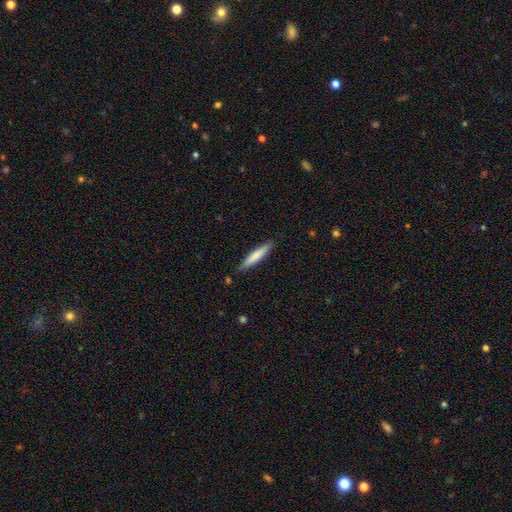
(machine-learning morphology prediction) Smooth or featured: smooth — 72% (featured or disk — 22%)
How rounded: cigar-shaped — 92% (in between — 7%)
Merging: none — 87% (minor disturbance — 10%)